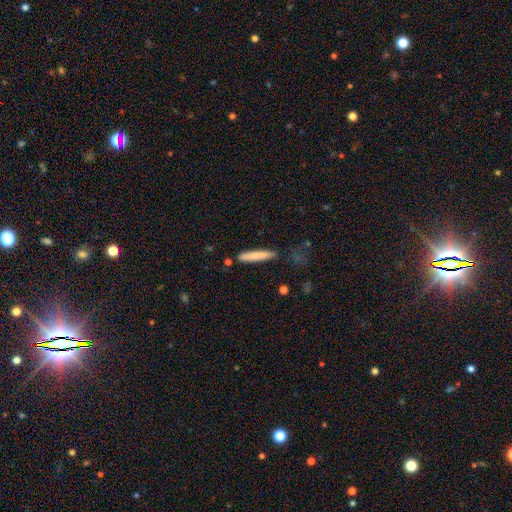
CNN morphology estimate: Smooth or featured? Predicted: smooth (p=0.80). How rounded? Predicted: cigar-shaped (p=0.92). Merging? Predicted: none (p=0.86).